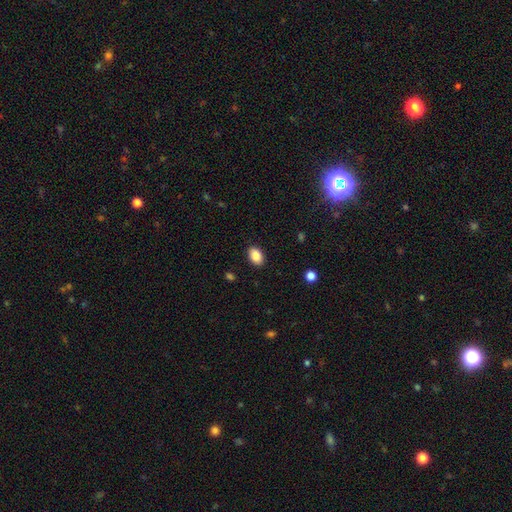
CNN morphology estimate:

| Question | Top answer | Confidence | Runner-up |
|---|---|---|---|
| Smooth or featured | smooth | 88% | star or artifact (8%) |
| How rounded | in between | 86% | round (13%) |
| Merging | none | 88% | minor disturbance (8%) |